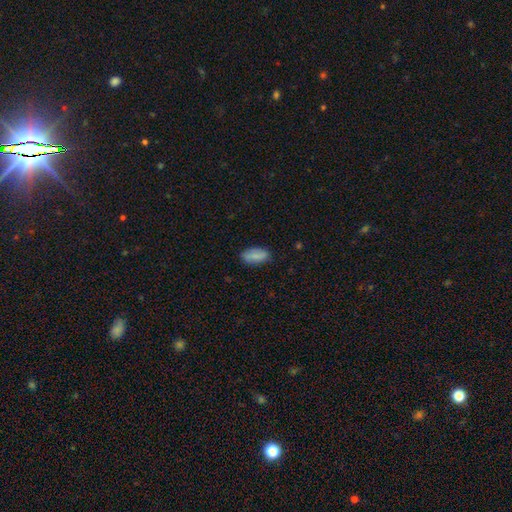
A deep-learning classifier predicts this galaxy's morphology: Smooth or featured: smooth — 81% (featured or disk — 12%)
How rounded: in between — 90% (cigar-shaped — 7%)
Merging: none — 82% (minor disturbance — 14%)